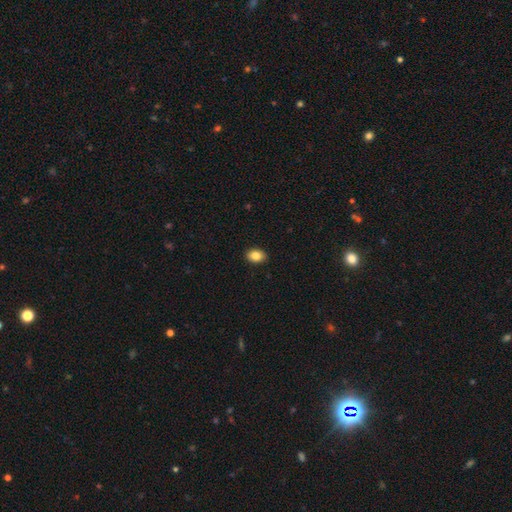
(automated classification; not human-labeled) Smooth or featured? Predicted: smooth (p=0.84). How rounded? Predicted: in between (p=0.79). Merging? Predicted: none (p=0.90).